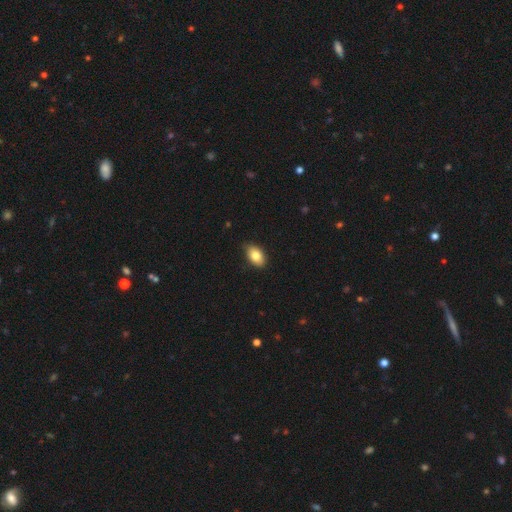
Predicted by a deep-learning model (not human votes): Q: Smooth or featured?
A: smooth (83%); runner-up: featured or disk (10%)
Q: How rounded?
A: in between (91%); runner-up: round (7%)
Q: Merging?
A: none (85%); runner-up: minor disturbance (12%)